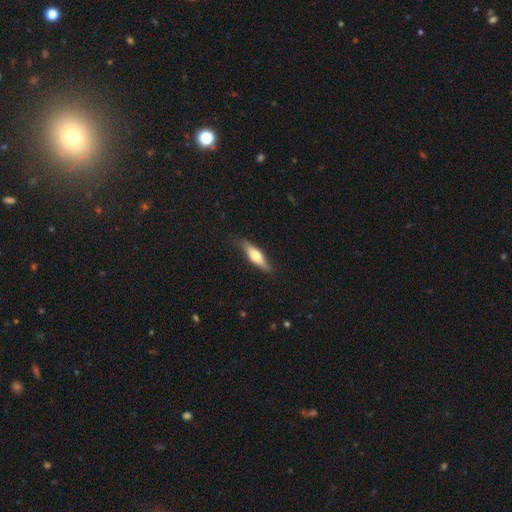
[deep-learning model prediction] Morphology: type=smooth (55%); roundness=cigar-shaped (58%); merging=none (82%).